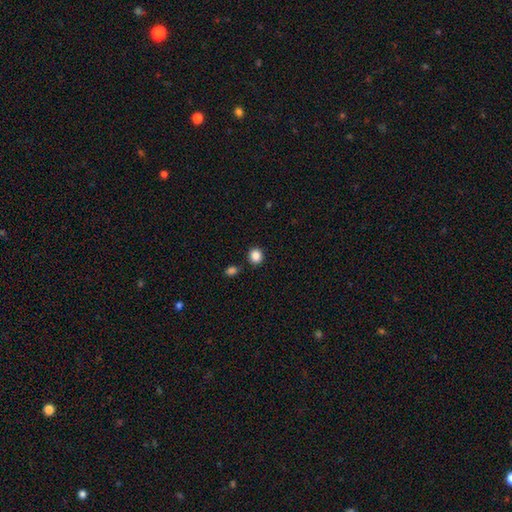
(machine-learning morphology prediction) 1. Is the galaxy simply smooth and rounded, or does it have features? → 87% smooth, 10% star or artifact, 3% featured or disk.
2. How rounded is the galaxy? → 82% round, 17% in between, 1% cigar-shaped.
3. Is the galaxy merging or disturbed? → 86% none, 8% minor disturbance, 4% merger, 2% major disturbance.